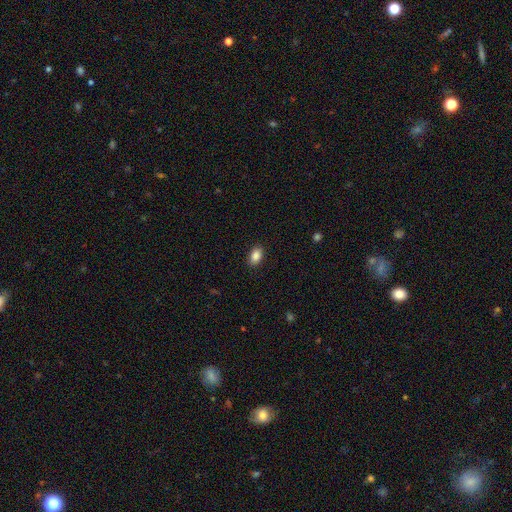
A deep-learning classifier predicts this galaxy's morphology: smooth_or_featured: smooth (p=0.88) [alt: star or artifact p=0.08]
how_rounded: in between (p=0.89) [alt: round p=0.09]
merging: none (p=0.89) [alt: minor disturbance p=0.08]